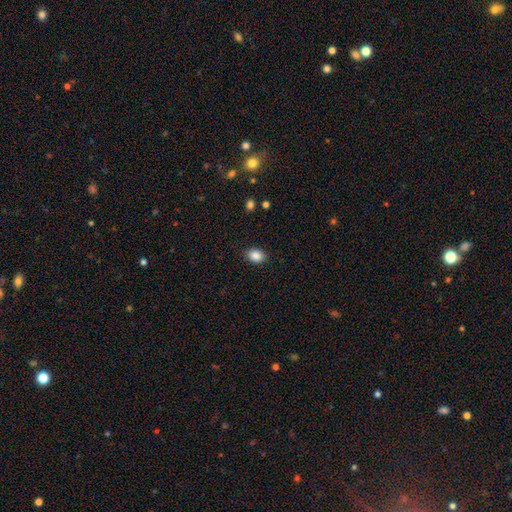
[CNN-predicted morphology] smooth_or_featured: smooth (p=0.87) [alt: star or artifact p=0.09]
how_rounded: in between (p=0.72) [alt: round p=0.27]
merging: none (p=0.87) [alt: minor disturbance p=0.10]